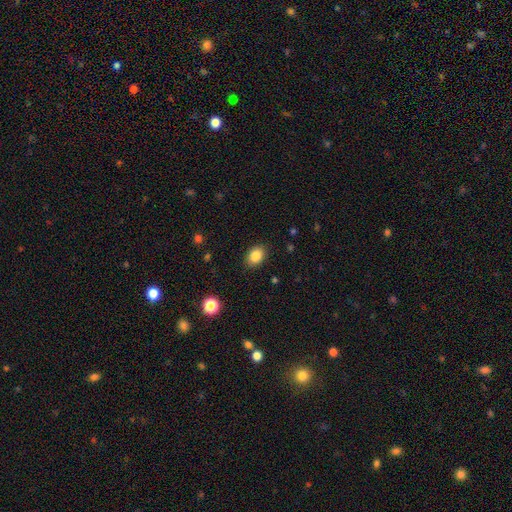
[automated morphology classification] Q: Smooth or featured?
A: smooth (86%); runner-up: star or artifact (9%)
Q: How rounded?
A: in between (71%); runner-up: round (28%)
Q: Merging?
A: none (87%); runner-up: minor disturbance (9%)